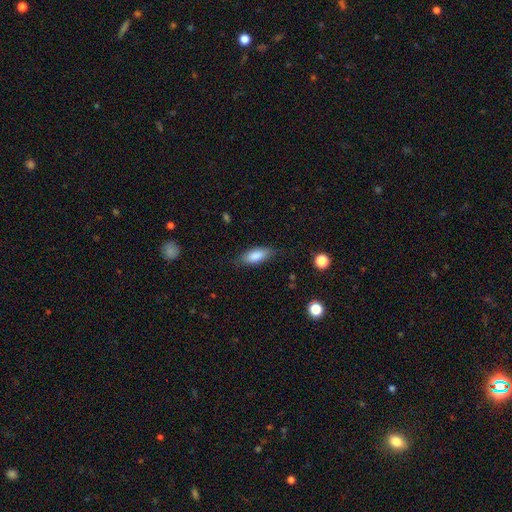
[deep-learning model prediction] Q: Smooth or featured?
A: smooth (83%); runner-up: featured or disk (10%)
Q: How rounded?
A: in between (78%); runner-up: cigar-shaped (20%)
Q: Merging?
A: none (78%); runner-up: minor disturbance (17%)